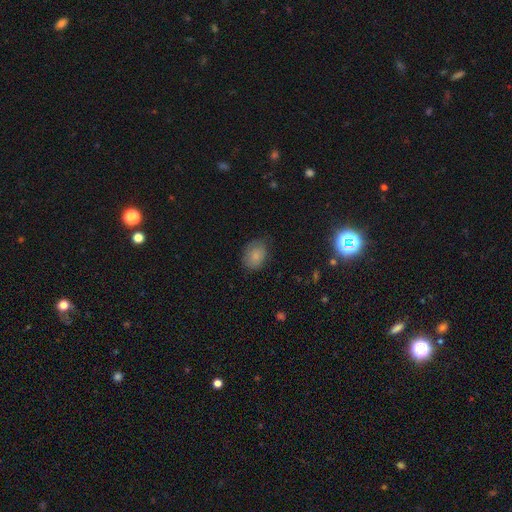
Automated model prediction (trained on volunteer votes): A smooth galaxy with no disk features (81%) that is in between round and cigar-shaped (65%). Merging: none (70%).